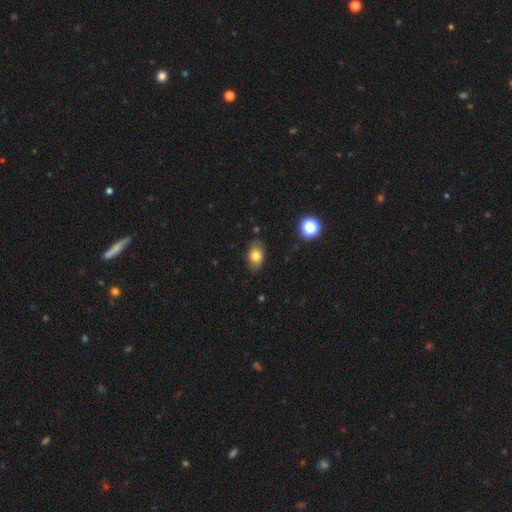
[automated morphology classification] Smooth or featured: smooth — 76% (featured or disk — 15%)
How rounded: in between — 87% (round — 11%)
Merging: none — 83% (minor disturbance — 13%)